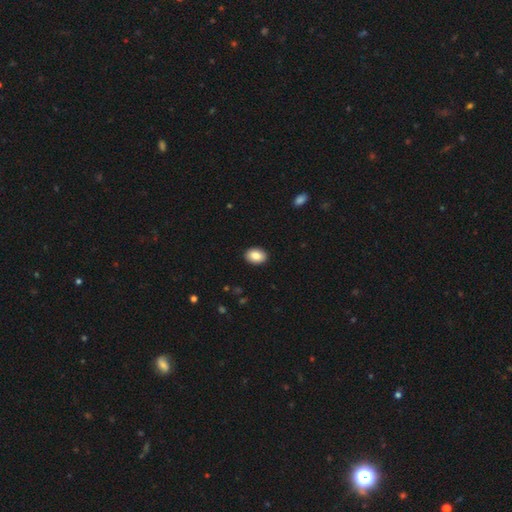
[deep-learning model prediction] Smooth or featured: smooth — 86% (star or artifact — 7%)
How rounded: in between — 79% (round — 20%)
Merging: none — 91% (minor disturbance — 6%)